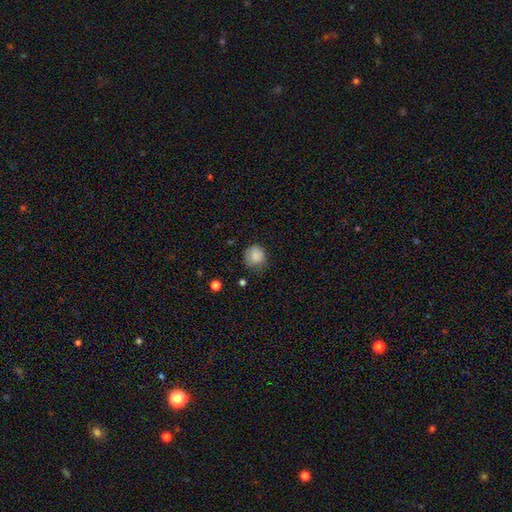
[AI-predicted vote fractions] Morphology: type=smooth (85%); roundness=round (84%); merging=none (65%).